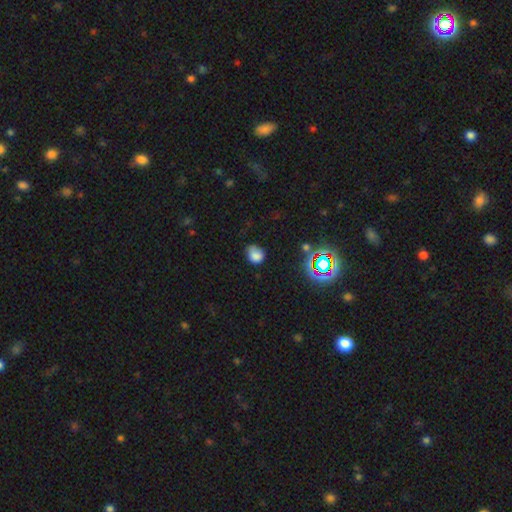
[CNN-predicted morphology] A smooth galaxy with no disk features (77%) that is round (60%). Merging: none (55%).